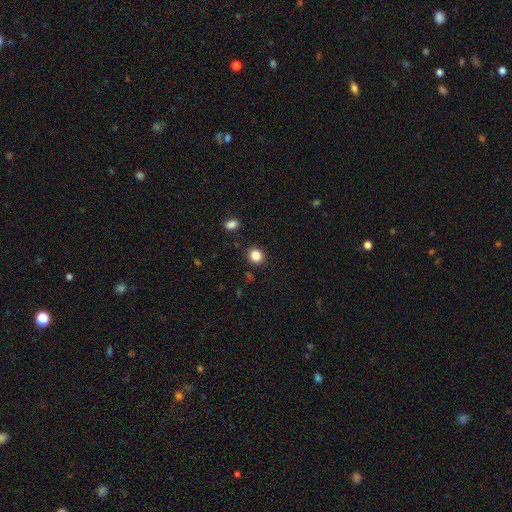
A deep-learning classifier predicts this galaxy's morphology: Q: Smooth or featured?
A: smooth (84%); runner-up: star or artifact (11%)
Q: How rounded?
A: round (79%); runner-up: in between (20%)
Q: Merging?
A: none (89%); runner-up: minor disturbance (7%)